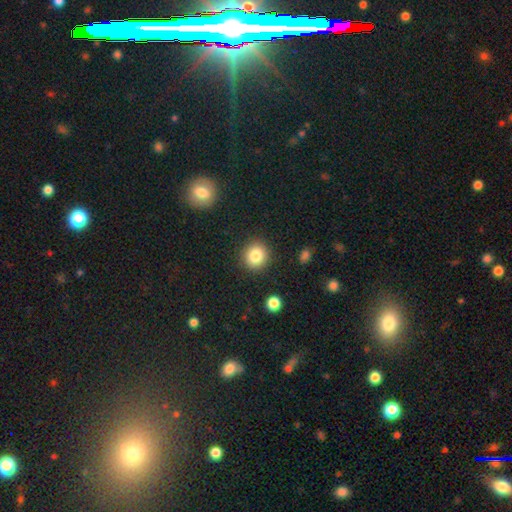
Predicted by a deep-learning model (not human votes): Smooth or featured?
  - smooth: 83% *
  - star or artifact: 10%
  - featured or disk: 7%
How rounded?
  - round: 85% *
  - in between: 14%
  - cigar-shaped: 1%
Merging?
  - none: 89% *
  - minor disturbance: 7%
  - major disturbance: 2%
  - merger: 2%